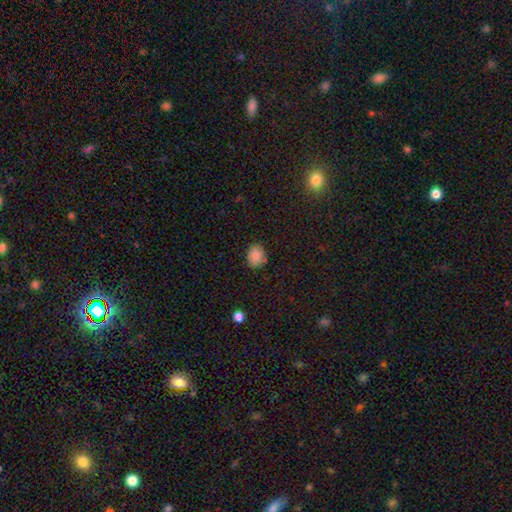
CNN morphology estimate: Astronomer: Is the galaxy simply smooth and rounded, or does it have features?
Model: smooth — 86%.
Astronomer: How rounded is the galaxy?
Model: in between — 58% (runner-up: round, 41%).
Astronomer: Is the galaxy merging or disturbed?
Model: none — 82%.